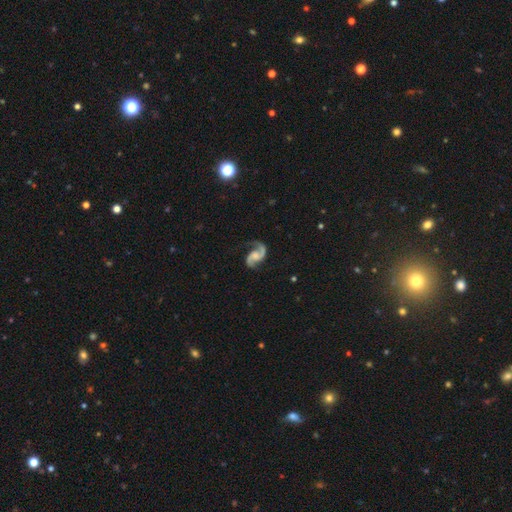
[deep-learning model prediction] Smooth or featured: featured or disk — 91% (smooth — 5%)
Edge-on disk: no — 98% (yes — 2%)
Bar: no — 53% (weak — 36%)
Spiral arms: yes — 98% (no — 2%)
Spiral winding: medium — 45% (tied with loose — 45%)
Spiral arm count: 2 — 90% (1 — 6%)
Bulge size: none — 32% (small — 31%)
Merging: none — 71% (minor disturbance — 16%)